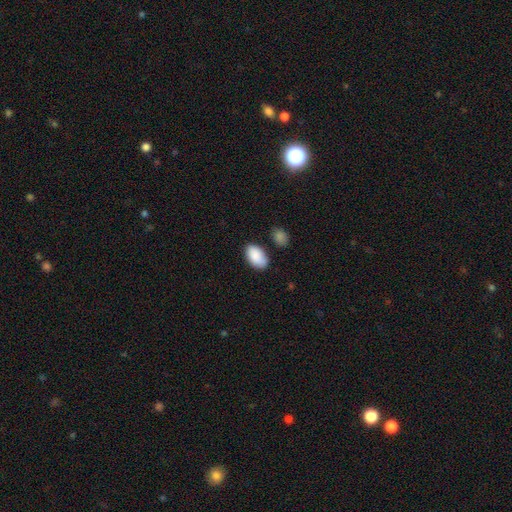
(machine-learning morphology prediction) Smooth or featured: smooth — 89% (star or artifact — 6%)
How rounded: in between — 94% (round — 5%)
Merging: none — 70% (minor disturbance — 19%)